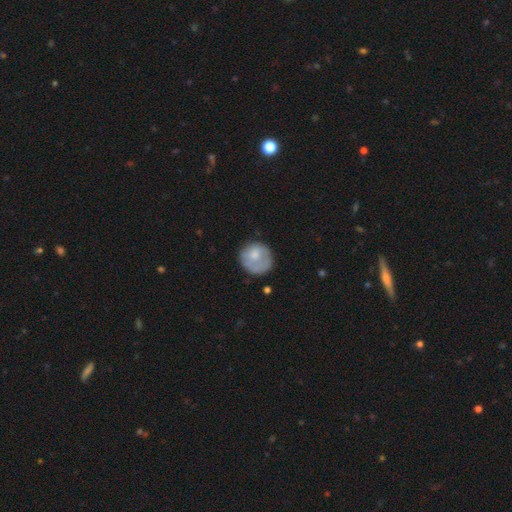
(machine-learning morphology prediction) smooth 68%, featured or disk 26%, star or artifact 7%. Down the decision tree: how rounded — round (84%); merging — none (61%).